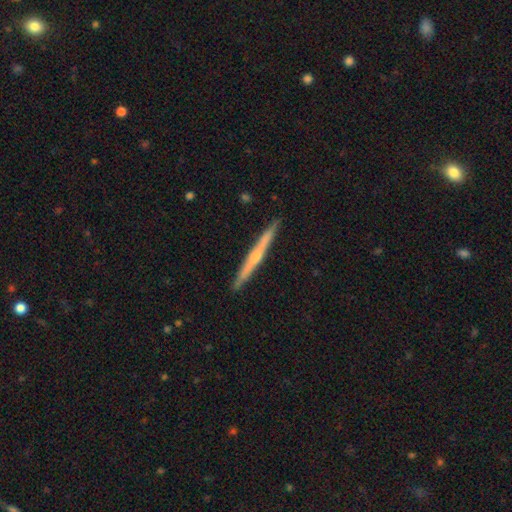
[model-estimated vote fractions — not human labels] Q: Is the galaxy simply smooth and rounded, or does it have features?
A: featured or disk — 66%.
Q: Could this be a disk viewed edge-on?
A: yes — 98%.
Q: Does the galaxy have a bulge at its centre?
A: rounded — 60%.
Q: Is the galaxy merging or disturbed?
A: none — 92%.